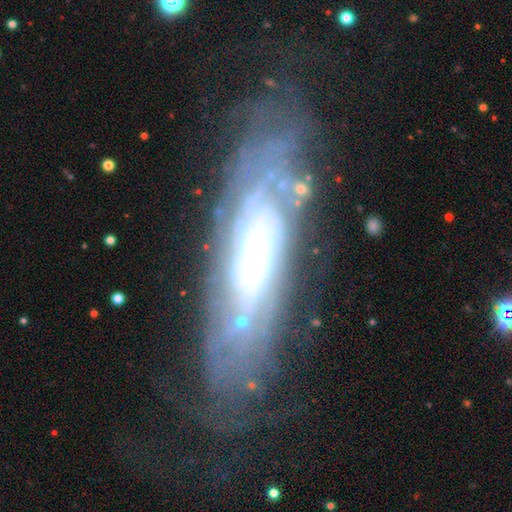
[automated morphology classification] This appears to be a featured or disk galaxy (81%) with no bar (70%), tight (76%) spiral arms (90%) and a small central bulge (61%). Merging: none (69%).